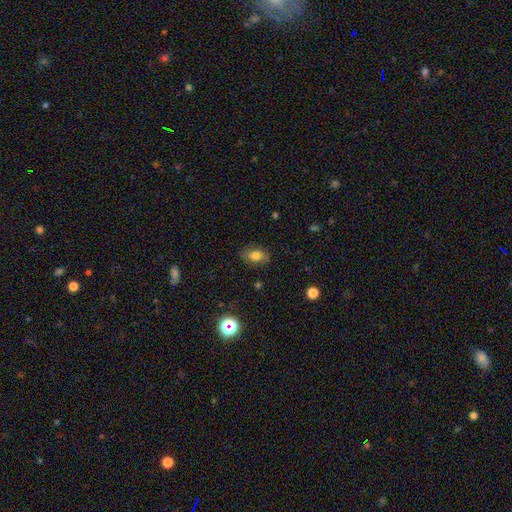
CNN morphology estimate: Overall: smooth (74%). How rounded: in between (83%). Merging: none (82%).